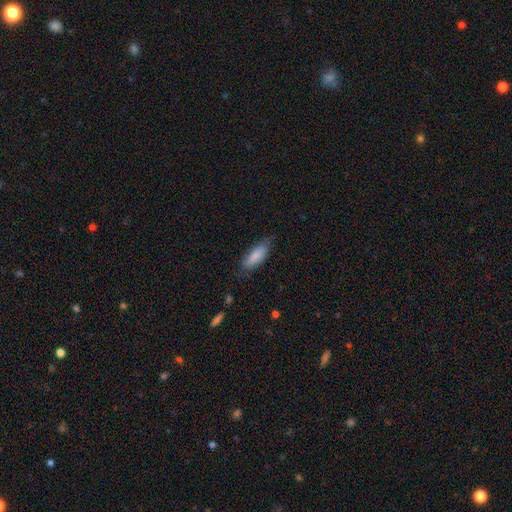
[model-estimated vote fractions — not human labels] Smooth or featured: smooth — 82% (featured or disk — 13%)
How rounded: in between — 61% (cigar-shaped — 38%)
Merging: none — 71% (minor disturbance — 22%)